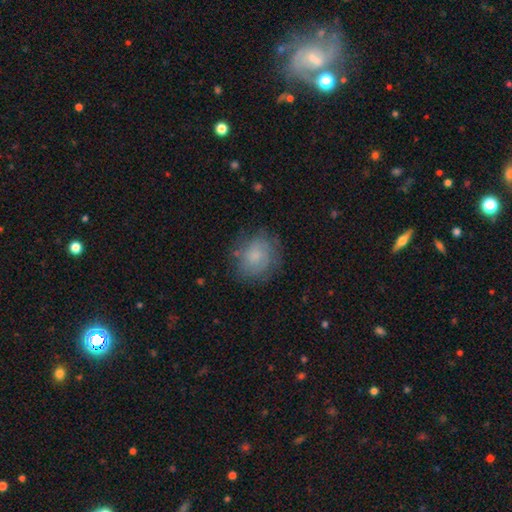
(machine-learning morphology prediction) Smooth or featured? smooth (61%)
How rounded? round (78%)
Merging? none (73%)